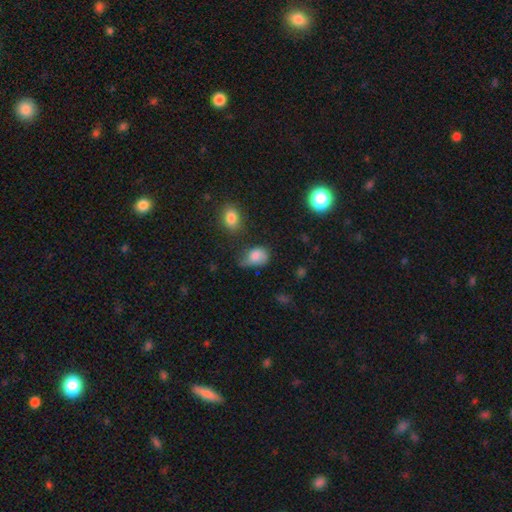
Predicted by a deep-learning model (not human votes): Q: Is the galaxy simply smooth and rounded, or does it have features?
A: smooth — 74%.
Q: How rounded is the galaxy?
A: in between — 72%.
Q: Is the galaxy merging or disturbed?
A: minor disturbance — 43%.